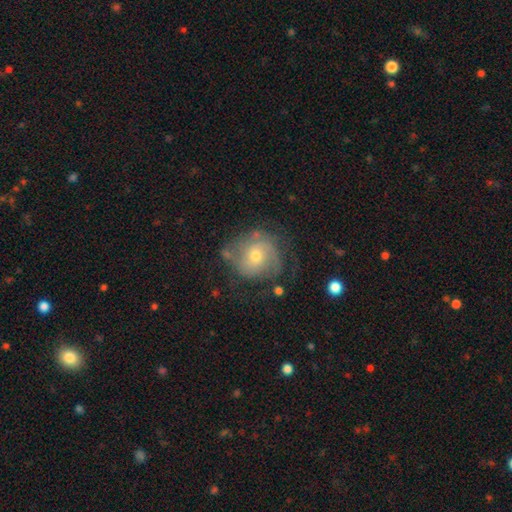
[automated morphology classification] A featured or disk galaxy (65%) with no bar (73%), 2 (39%) tight (48%) spiral arms (84%) and a moderate central bulge (55%). Merging: none (58%).